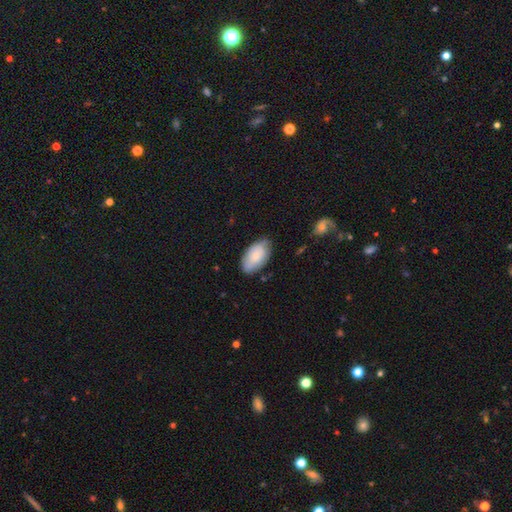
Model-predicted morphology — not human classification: Smooth or featured: smooth — 72% (featured or disk — 21%)
How rounded: in between — 95% (round — 4%)
Merging: none — 71% (minor disturbance — 23%)